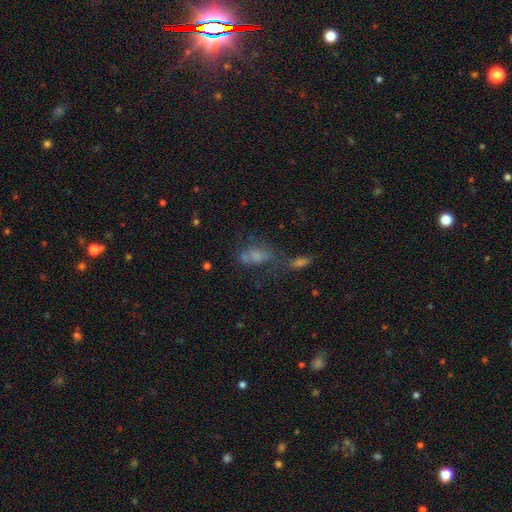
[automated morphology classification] Smooth or featured?
  - smooth: 54% *
  - featured or disk: 23%
  - star or artifact: 23%
How rounded?
  - in between: 75% *
  - round: 13%
  - cigar-shaped: 12%
Merging?
  - merger: 39% *
  - none: 29%
  - major disturbance: 18%
  - minor disturbance: 14%